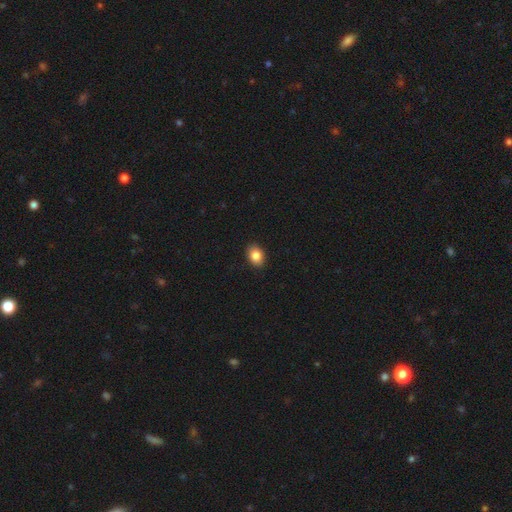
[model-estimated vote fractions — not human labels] Smooth or featured? smooth (86%)
How rounded? in between (77%)
Merging? none (90%)